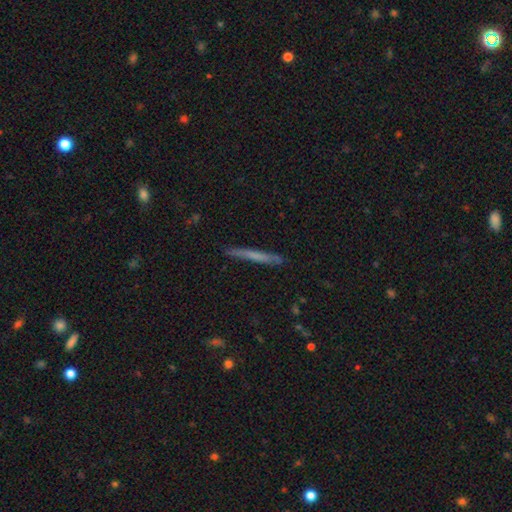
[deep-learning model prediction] This is possibly a smooth galaxy (53%). How rounded: clearly cigar-shaped (96%). Merging: clearly none (88%).